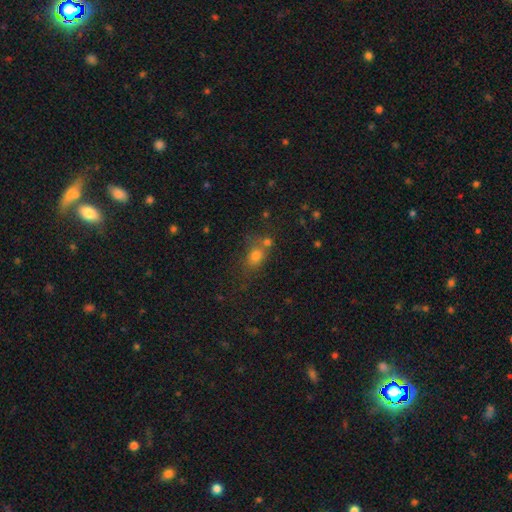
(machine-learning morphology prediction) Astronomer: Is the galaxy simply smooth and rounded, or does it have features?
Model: smooth — 71%.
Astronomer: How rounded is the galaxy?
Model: round — 49% (runner-up: in between, 48%).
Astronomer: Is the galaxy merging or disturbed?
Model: none — 53%.